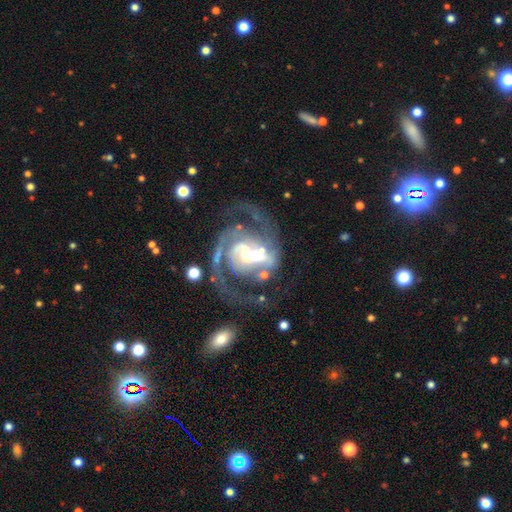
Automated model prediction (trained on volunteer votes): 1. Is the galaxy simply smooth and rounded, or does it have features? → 87% featured or disk, 7% smooth, 6% star or artifact.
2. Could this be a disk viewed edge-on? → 97% no, 3% yes.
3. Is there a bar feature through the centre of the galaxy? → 46% no, 33% weak, 20% strong.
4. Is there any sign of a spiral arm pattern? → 94% yes, 6% no.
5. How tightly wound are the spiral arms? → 46% medium, 30% tight, 23% loose.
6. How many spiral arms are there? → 67% 2, 10% can't tell, 9% 1, 9% 3, 2% 4, 2% more than 4.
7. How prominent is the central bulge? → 62% moderate, 19% small, 15% large, 2% dominant, 2% none.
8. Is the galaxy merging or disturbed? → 36% none, 26% merger, 25% major disturbance, 13% minor disturbance.